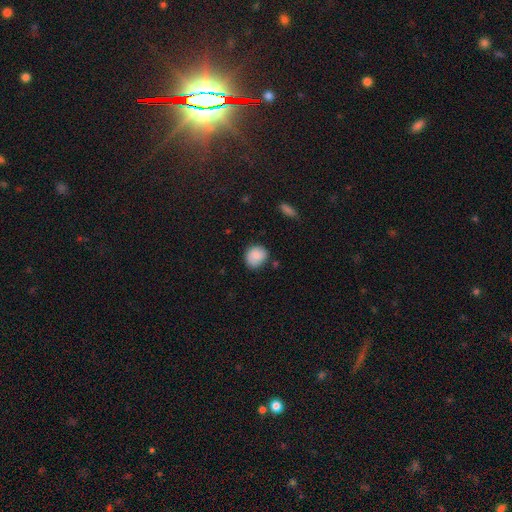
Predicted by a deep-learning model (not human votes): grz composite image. It shows a smooth galaxy with no disk features (84%) that is round (73%). Merging: none (71%).